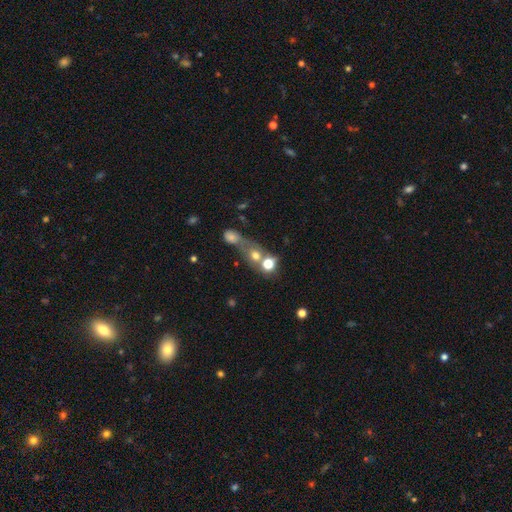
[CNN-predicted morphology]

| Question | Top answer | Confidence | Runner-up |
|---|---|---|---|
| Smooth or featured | smooth | 63% | star or artifact (19%) |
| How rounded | round | 72% | in between (25%) |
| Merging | merger | 54% | none (30%) |